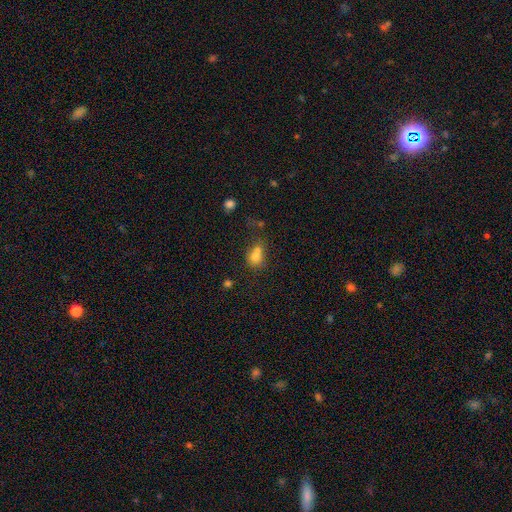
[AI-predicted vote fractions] Smooth or featured? smooth (73%)
How rounded? round (64%)
Merging? merger (52%)